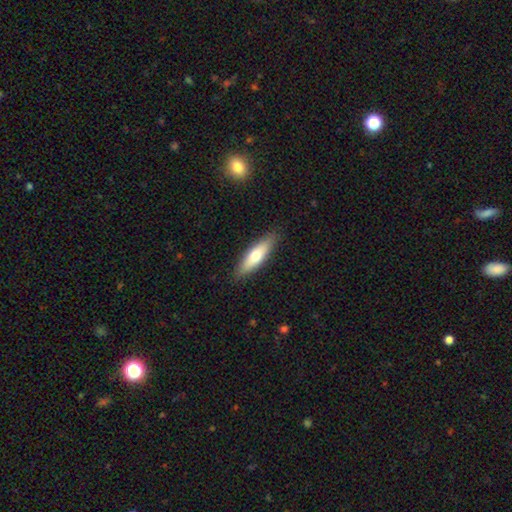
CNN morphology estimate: type=smooth (65%); roundness=cigar-shaped (58%); merging=none (88%).